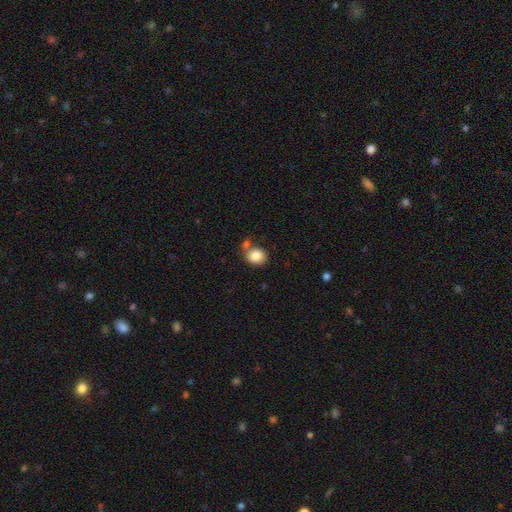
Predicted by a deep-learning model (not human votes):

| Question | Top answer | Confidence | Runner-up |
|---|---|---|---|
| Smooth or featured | smooth | 84% | star or artifact (9%) |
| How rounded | round | 72% | in between (27%) |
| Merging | none | 60% | merger (21%) |